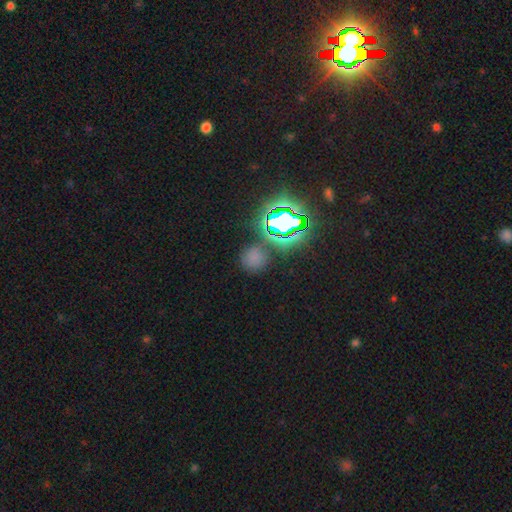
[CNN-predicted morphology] smooth_or_featured: smooth (p=0.47) [alt: star or artifact p=0.45]
merging: none (p=0.77) [alt: minor disturbance p=0.11]